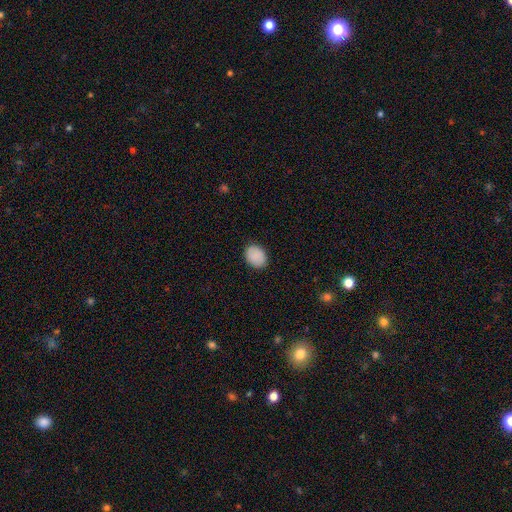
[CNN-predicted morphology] smooth-or-featured: smooth: 89% | star or artifact: 7% | featured or disk: 4%
  how-rounded: in between: 63% | round: 37% | cigar-shaped: 1%
  merging: none: 88% | minor disturbance: 9% | major disturbance: 2% | merger: 1%